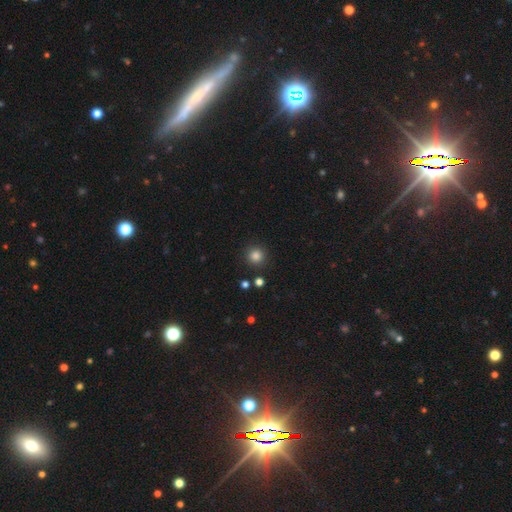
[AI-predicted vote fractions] smooth 83%, star or artifact 13%, featured or disk 4%. Down the decision tree: how rounded — round (95%); merging — none (90%).